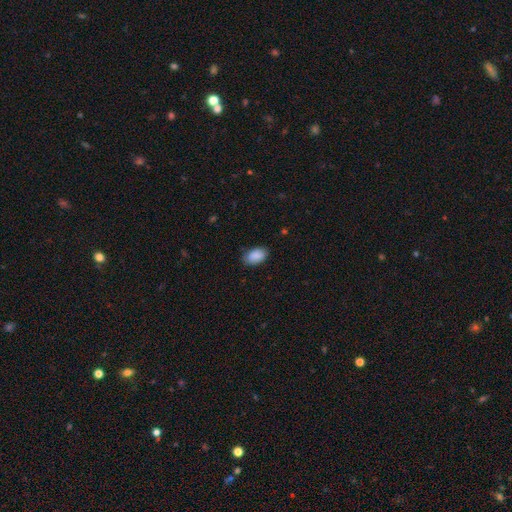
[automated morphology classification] A smooth galaxy with no disk features (89%) that is in between round and cigar-shaped (92%).

Vote fractions:
- Smooth or featured? smooth: 89% / star or artifact: 7% / featured or disk: 4%
- How rounded? in between: 92% / round: 6% / cigar-shaped: 1%
- Merging? none: 82% / minor disturbance: 14% / major disturbance: 3% / merger: 1%